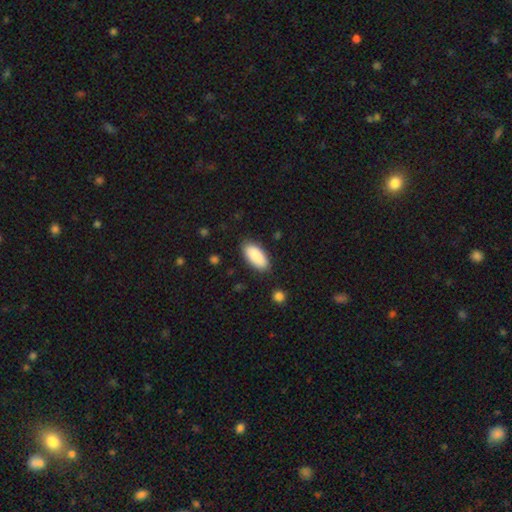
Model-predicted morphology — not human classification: Smooth or featured? smooth (90%)
How rounded? in between (90%)
Merging? none (86%)